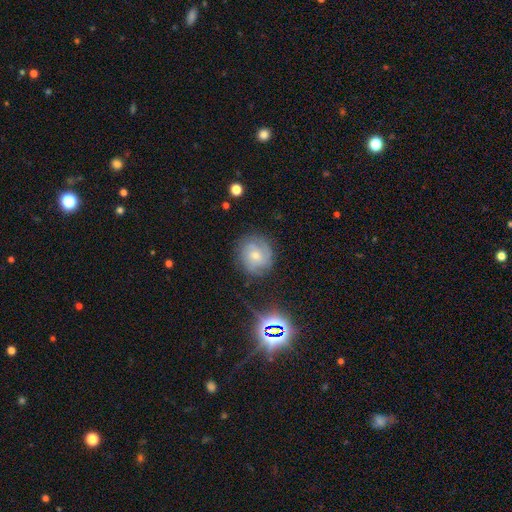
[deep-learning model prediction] Smooth or featured? featured or disk (56%)
Edge-on disk? no (97%)
Bar? no (73%)
Spiral arms? yes (82%)
Bulge size? small (63%)
Merging? none (75%)